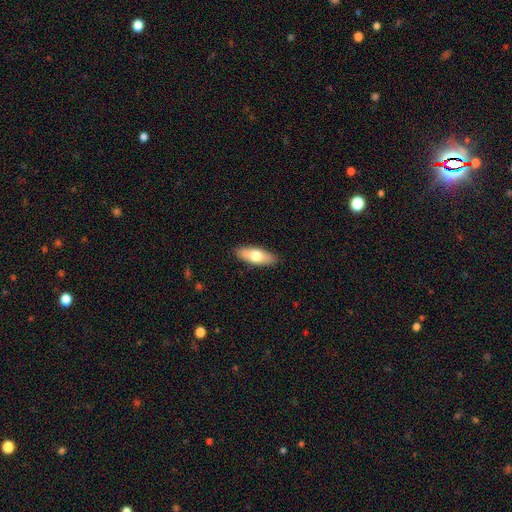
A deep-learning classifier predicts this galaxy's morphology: Overall: smooth (69%). How rounded: in between (72%). Merging: none (89%).